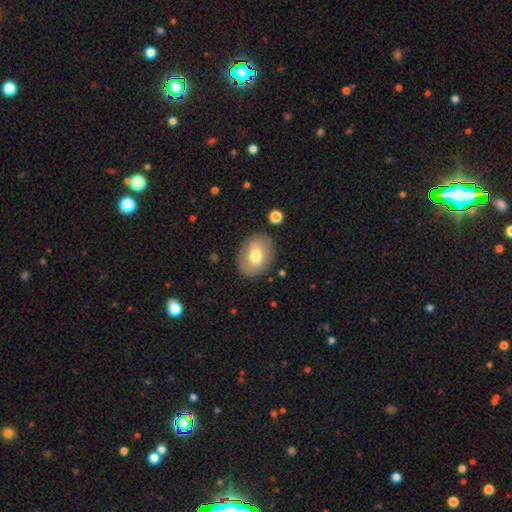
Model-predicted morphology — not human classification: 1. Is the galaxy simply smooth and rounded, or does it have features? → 66% smooth, 27% featured or disk, 8% star or artifact.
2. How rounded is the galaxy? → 57% in between, 42% round, 1% cigar-shaped.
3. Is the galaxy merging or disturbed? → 83% none, 12% minor disturbance, 4% major disturbance, 2% merger.